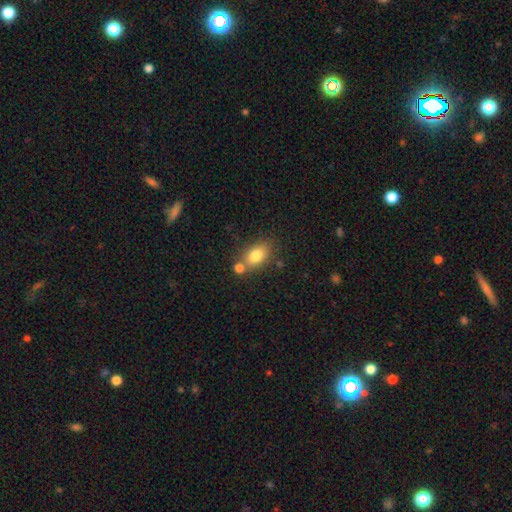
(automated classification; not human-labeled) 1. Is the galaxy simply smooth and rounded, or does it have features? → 79% smooth, 12% featured or disk, 9% star or artifact.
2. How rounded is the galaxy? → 80% in between, 18% round, 2% cigar-shaped.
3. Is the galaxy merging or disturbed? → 60% none, 23% merger, 13% minor disturbance, 4% major disturbance.